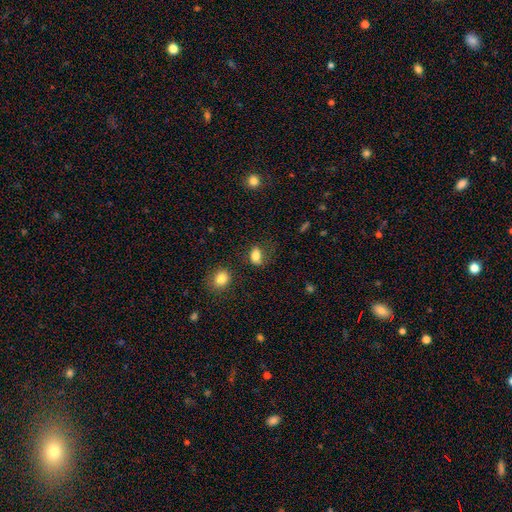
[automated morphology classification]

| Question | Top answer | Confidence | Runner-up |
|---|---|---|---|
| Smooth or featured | smooth | 82% | star or artifact (10%) |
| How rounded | in between | 79% | round (19%) |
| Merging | none | 60% | minor disturbance (24%) |